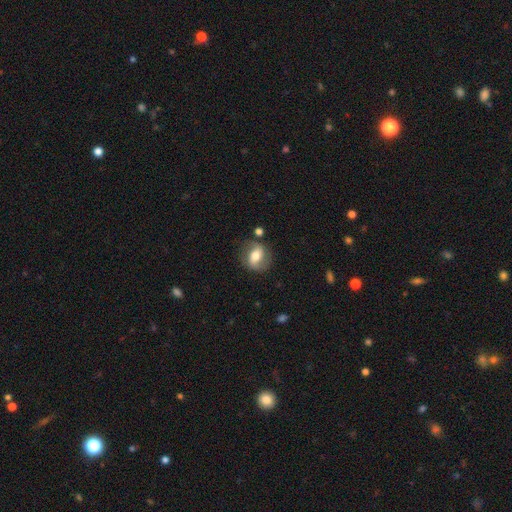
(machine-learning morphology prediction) Smooth or featured? smooth (47%)
Merging? none (71%)